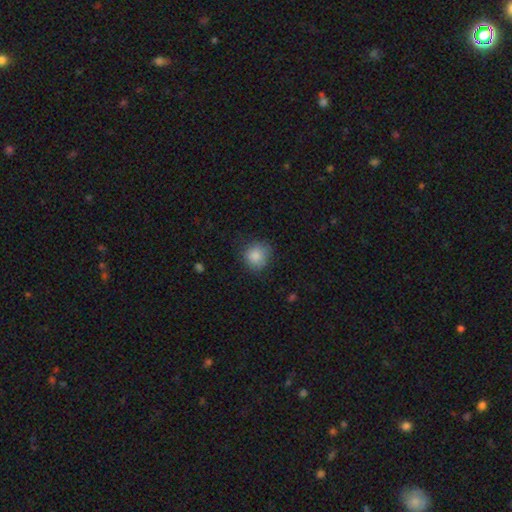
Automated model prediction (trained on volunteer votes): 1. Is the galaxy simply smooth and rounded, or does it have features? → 86% smooth, 9% star or artifact, 5% featured or disk.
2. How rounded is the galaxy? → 88% round, 11% in between, 1% cigar-shaped.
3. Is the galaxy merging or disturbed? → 79% none, 16% minor disturbance, 4% major disturbance, 1% merger.